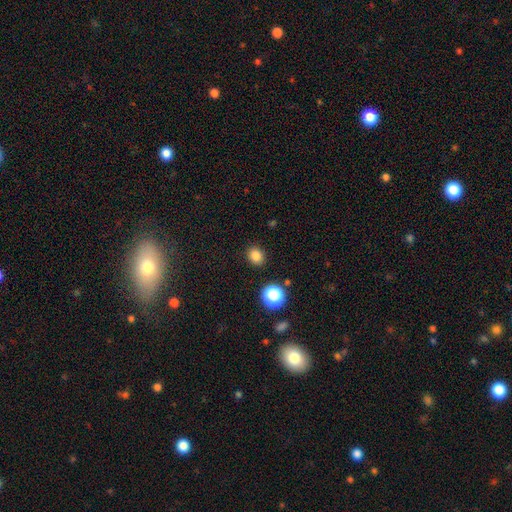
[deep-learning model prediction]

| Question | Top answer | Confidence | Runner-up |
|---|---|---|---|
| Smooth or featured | smooth | 82% | star or artifact (14%) |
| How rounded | round | 70% | in between (29%) |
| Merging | none | 89% | minor disturbance (7%) |